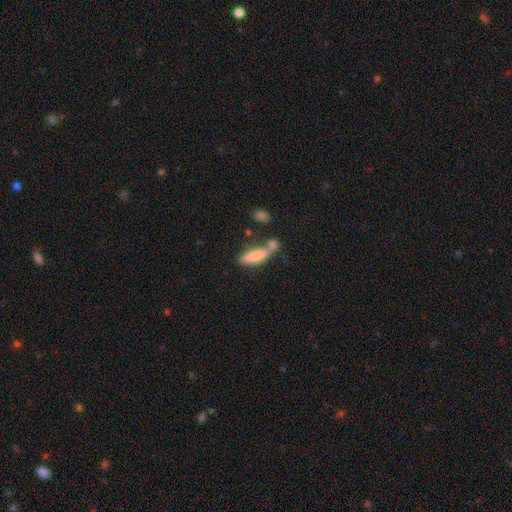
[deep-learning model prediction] A smooth galaxy with no disk features (75%) that is cigar-shaped (55%). Merging: merger (39%).